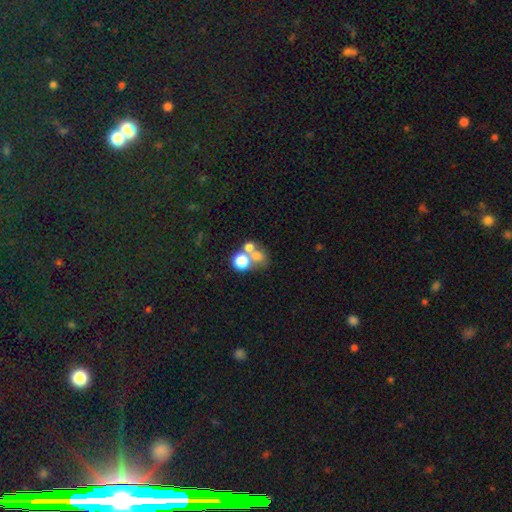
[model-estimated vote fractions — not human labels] The model was most divided on "merging": merger: 54%, none: 33%, minor disturbance: 7%, major disturbance: 7%. More confident: how rounded — round (70%); smooth or featured — smooth (62%).